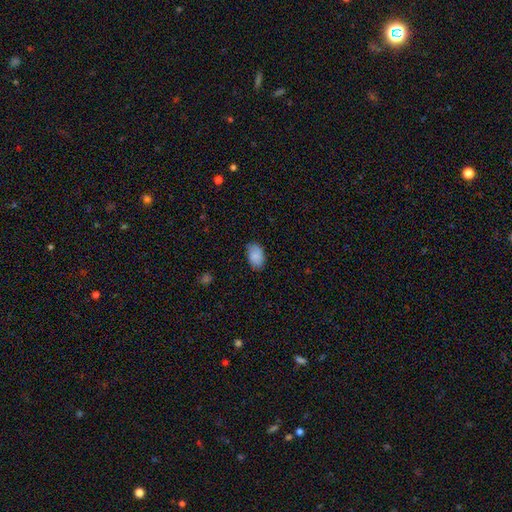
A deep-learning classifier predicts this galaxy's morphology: Smooth or featured?
  - smooth: 86% *
  - star or artifact: 7%
  - featured or disk: 7%
How rounded?
  - in between: 90% *
  - round: 8%
  - cigar-shaped: 1%
Merging?
  - none: 78% *
  - minor disturbance: 18%
  - major disturbance: 3%
  - merger: 1%